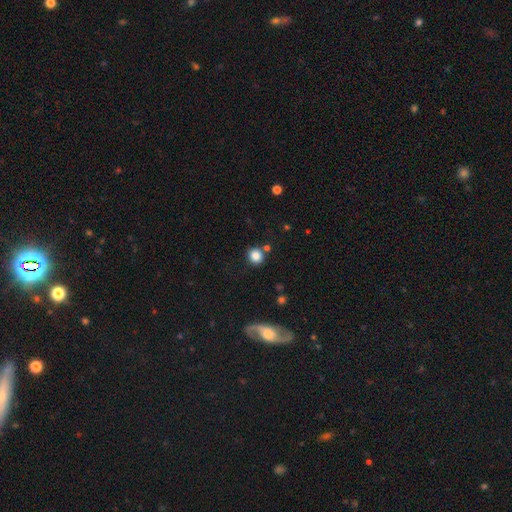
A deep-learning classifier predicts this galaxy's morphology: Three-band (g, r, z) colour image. It shows a smooth galaxy with no disk features (84%) that is round (86%). Merging: none (79%).